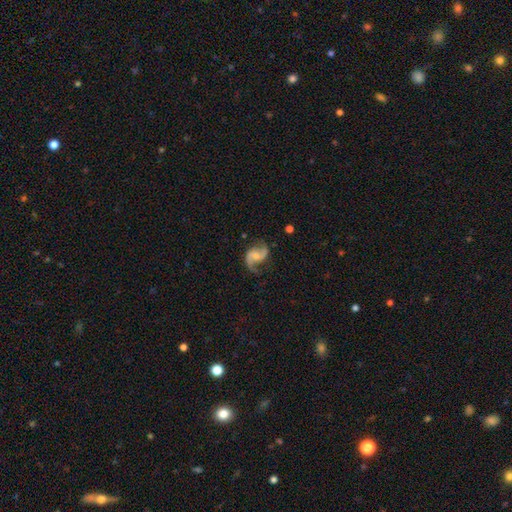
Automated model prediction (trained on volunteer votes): Smooth or featured? Predicted: featured or disk (p=0.89). Edge-on disk? Predicted: no (p=0.98). Bar? Predicted: no (p=0.47). Spiral arms? Predicted: yes (p=0.97). Spiral winding? Predicted: loose (p=0.53). Spiral arm count? Predicted: 2 (p=0.92). Bulge size? Predicted: small (p=0.48). Merging? Predicted: none (p=0.74).